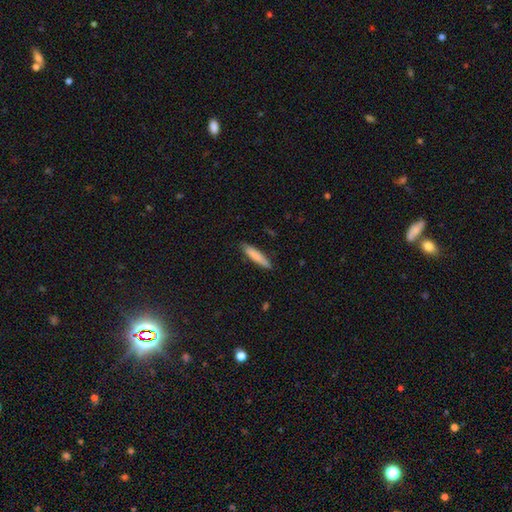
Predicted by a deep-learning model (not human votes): smooth 81%, featured or disk 14%, star or artifact 6%. Down the decision tree: how rounded — cigar-shaped (85%); merging — none (85%).